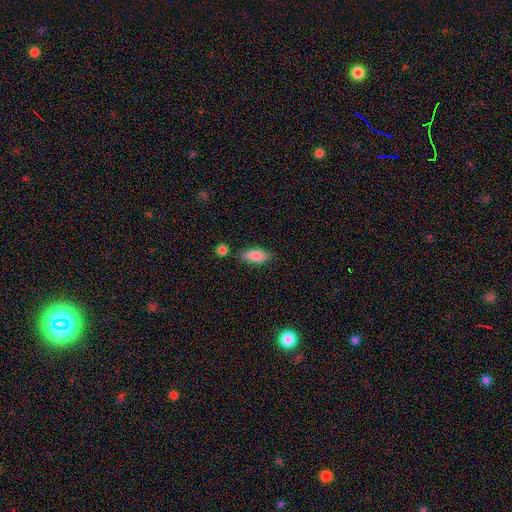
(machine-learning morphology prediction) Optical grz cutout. It shows a smooth galaxy with no disk features (86%) that is in between round and cigar-shaped (84%). Merging: none (74%).